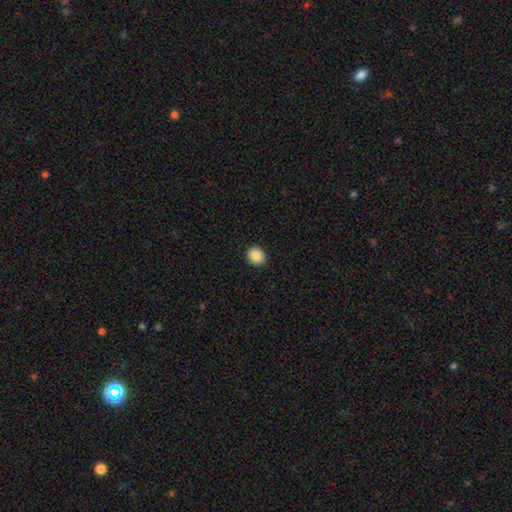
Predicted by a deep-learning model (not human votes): Overall: smooth (88%). How rounded: round (69%; in between 30%). Merging: none (91%).